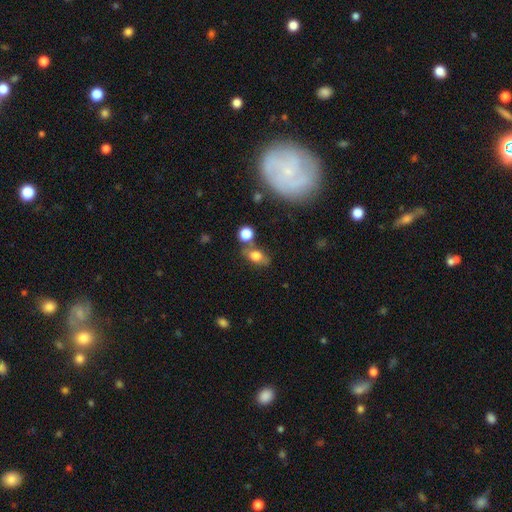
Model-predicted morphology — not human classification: A smooth galaxy with no disk features (72%) that is in between round and cigar-shaped (75%). Merging: none (58%).